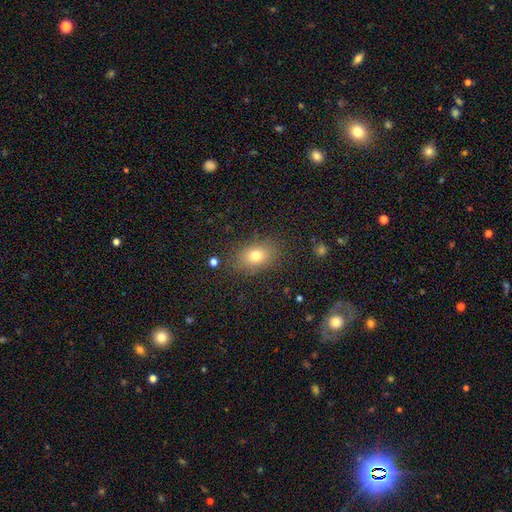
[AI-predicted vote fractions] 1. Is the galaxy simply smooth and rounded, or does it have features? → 76% smooth, 12% featured or disk, 12% star or artifact.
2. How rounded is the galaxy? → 78% in between, 20% round, 2% cigar-shaped.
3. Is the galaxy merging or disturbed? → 83% none, 11% minor disturbance, 4% major disturbance, 2% merger.